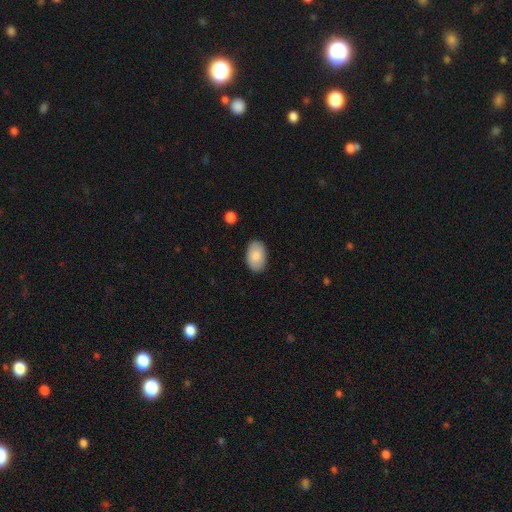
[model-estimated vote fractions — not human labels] Smooth or featured: smooth — 86% (featured or disk — 8%)
How rounded: in between — 93% (round — 6%)
Merging: none — 86% (minor disturbance — 10%)